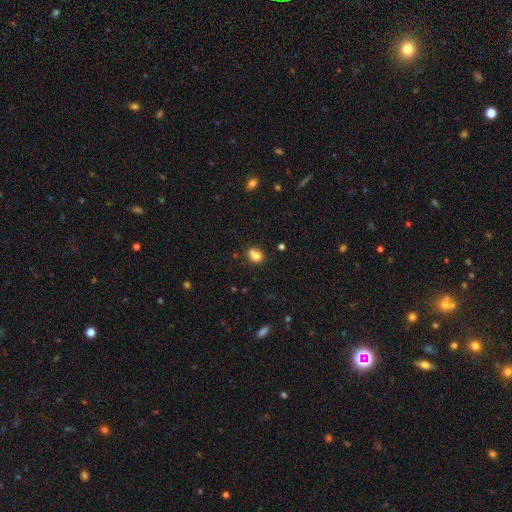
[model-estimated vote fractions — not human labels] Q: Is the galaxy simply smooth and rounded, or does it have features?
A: smooth — 77%.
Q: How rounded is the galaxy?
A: round — 56%.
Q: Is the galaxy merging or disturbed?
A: none — 48%.